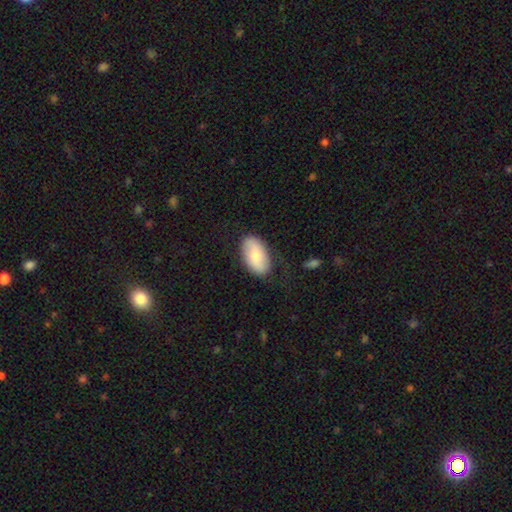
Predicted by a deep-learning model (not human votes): A smooth galaxy with no disk features (69%) that is in between round and cigar-shaped (94%). Merging: none (80%).